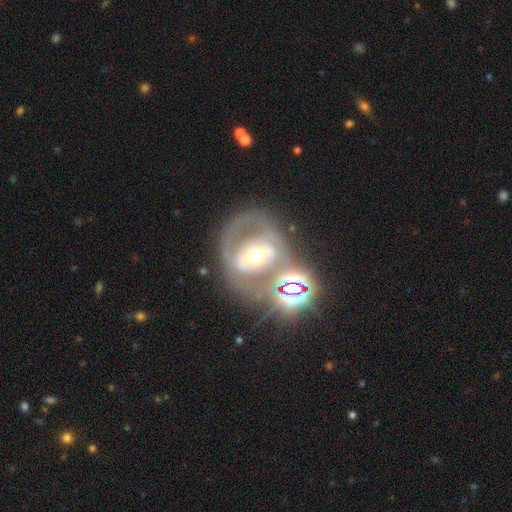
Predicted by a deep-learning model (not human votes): featured or disk 64%, smooth 23%, star or artifact 13%. Down the decision tree: edge-on disk — no (94%); bar — no (35%, tied with strong); spiral arms — no (62%); bulge size — moderate (68%); merging — none (46%).